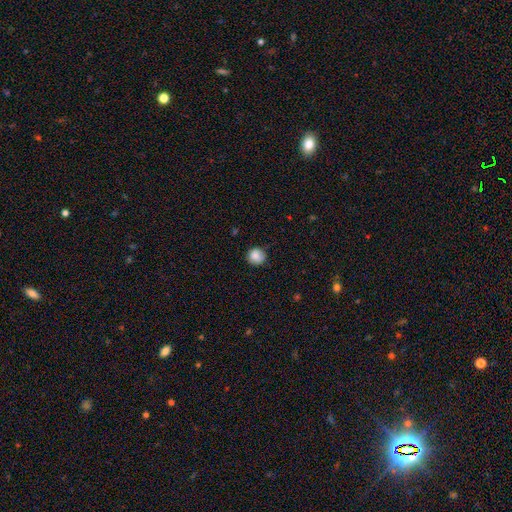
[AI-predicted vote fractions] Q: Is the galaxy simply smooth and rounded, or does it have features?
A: smooth — 86%.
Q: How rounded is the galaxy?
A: round — 91%.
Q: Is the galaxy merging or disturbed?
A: none — 78%.